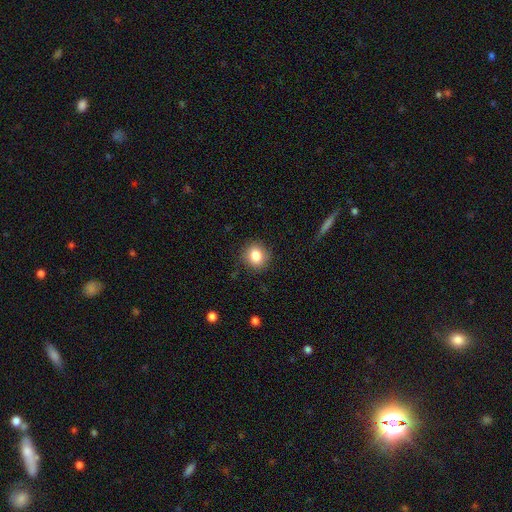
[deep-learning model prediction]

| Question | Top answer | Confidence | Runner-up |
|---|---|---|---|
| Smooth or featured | smooth | 84% | star or artifact (10%) |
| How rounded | round | 81% | in between (18%) |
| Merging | none | 87% | minor disturbance (9%) |